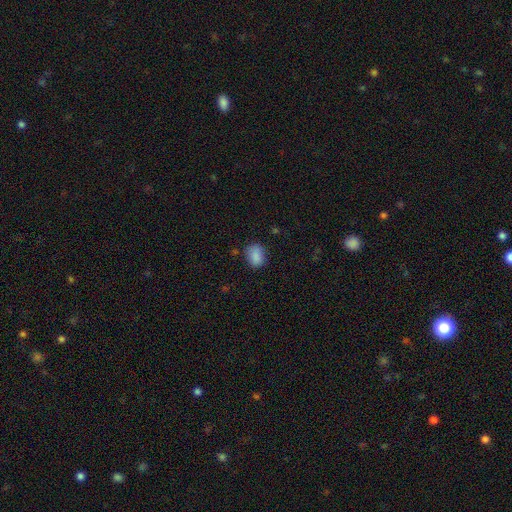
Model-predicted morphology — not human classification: Q: Smooth or featured?
A: smooth (86%); runner-up: star or artifact (9%)
Q: How rounded?
A: in between (64%); runner-up: round (35%)
Q: Merging?
A: none (73%); runner-up: minor disturbance (20%)